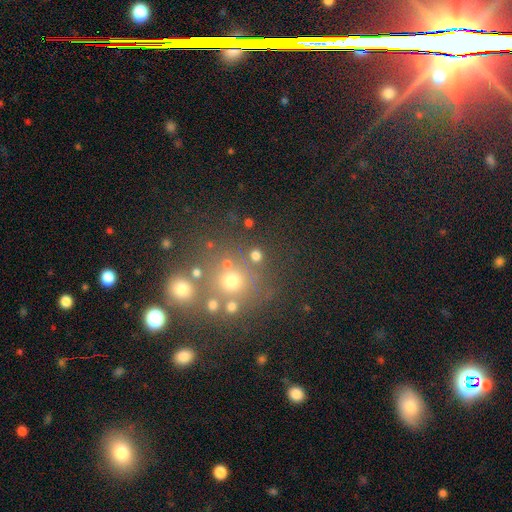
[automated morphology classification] Smooth or featured?
  - smooth: 69% *
  - star or artifact: 22%
  - featured or disk: 9%
How rounded?
  - round: 90% *
  - in between: 9%
  - cigar-shaped: 1%
Merging?
  - none: 78% *
  - merger: 10%
  - minor disturbance: 8%
  - major disturbance: 5%